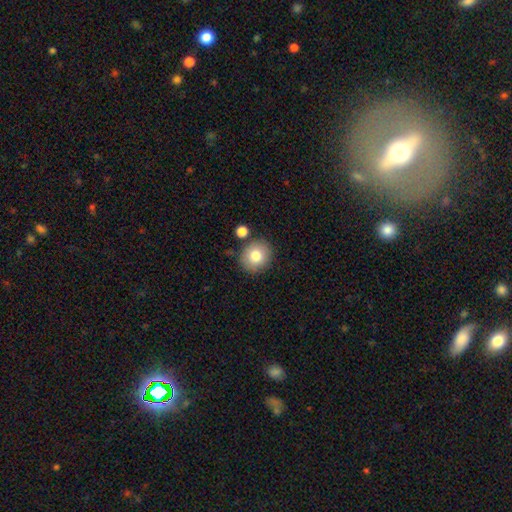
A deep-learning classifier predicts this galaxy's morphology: Smooth or featured? Predicted: smooth (p=0.80). How rounded? Predicted: round (p=0.83). Merging? Predicted: none (p=0.82).